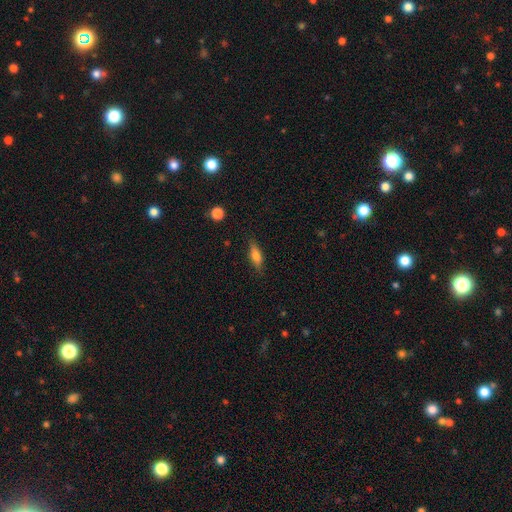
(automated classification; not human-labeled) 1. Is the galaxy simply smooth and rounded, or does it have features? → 65% smooth, 27% featured or disk, 8% star or artifact.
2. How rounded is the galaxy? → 55% in between, 41% cigar-shaped, 4% round.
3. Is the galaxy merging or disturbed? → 83% none, 13% minor disturbance, 3% major disturbance, 1% merger.